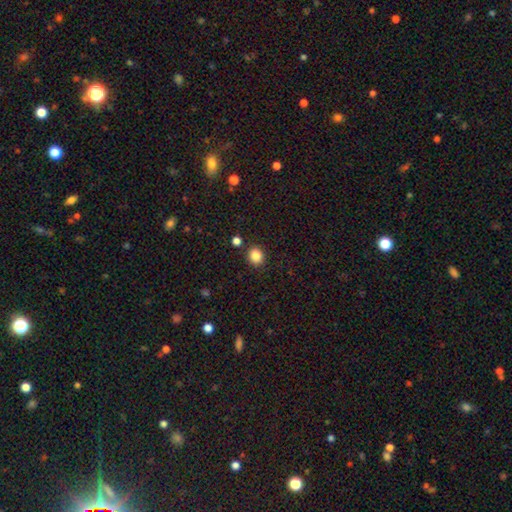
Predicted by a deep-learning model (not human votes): smooth-or-featured: smooth: 86% | star or artifact: 11% | featured or disk: 3%
  how-rounded: round: 78% | in between: 21% | cigar-shaped: 1%
  merging: none: 87% | minor disturbance: 7% | merger: 3% | major disturbance: 2%